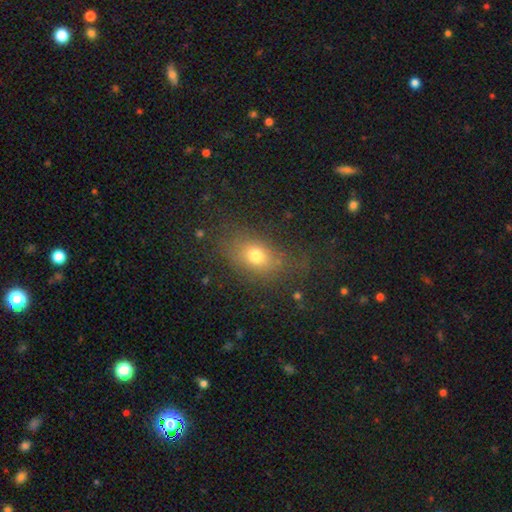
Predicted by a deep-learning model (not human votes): This appears to be a smooth galaxy with no disk features (71%) that is in between round and cigar-shaped (71%). Merging: none (71%).